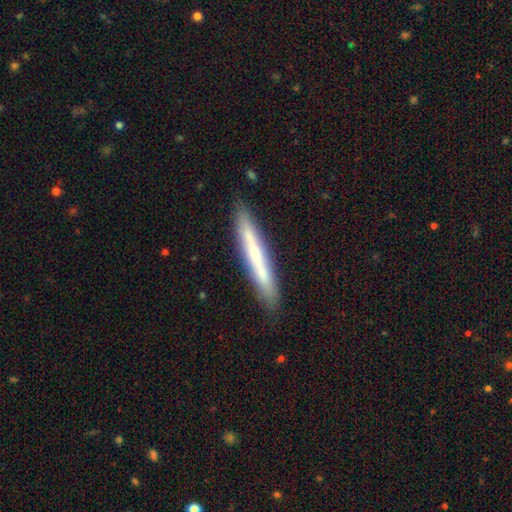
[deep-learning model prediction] smooth_or_featured: smooth (p=0.49) [alt: featured or disk p=0.44]
merging: none (p=0.86) [alt: minor disturbance p=0.10]